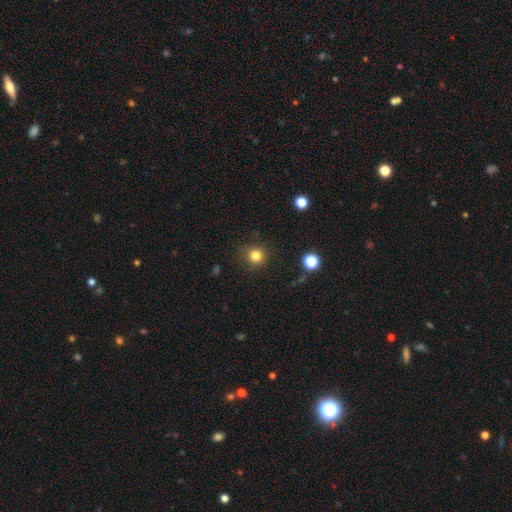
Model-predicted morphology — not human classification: The model was most divided on "smooth or featured": smooth: 82%, star or artifact: 13%, featured or disk: 5%. More confident: how rounded — round (93%); merging — none (86%).